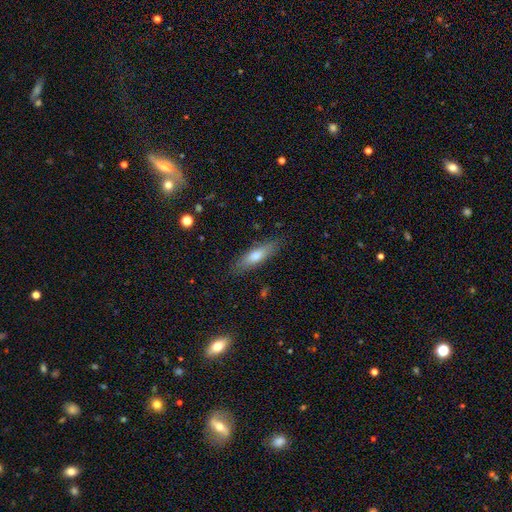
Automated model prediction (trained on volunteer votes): smooth-or-featured: smooth: 65% | featured or disk: 28% | star or artifact: 7%
  how-rounded: cigar-shaped: 61% | in between: 37% | round: 2%
  merging: none: 85% | minor disturbance: 11% | major disturbance: 2% | merger: 1%